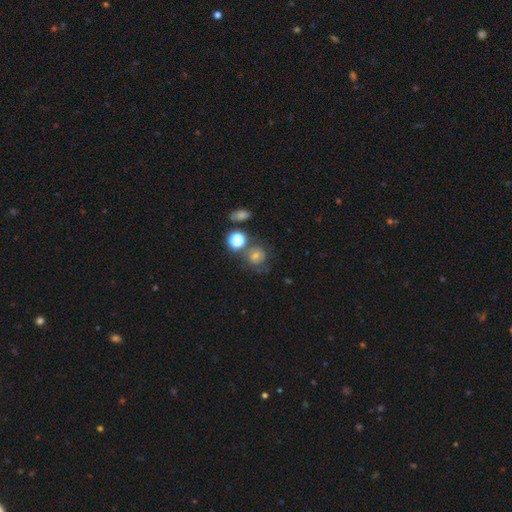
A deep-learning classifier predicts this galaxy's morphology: This appears to be a smooth galaxy with no disk features (54%) that is round (84%). Merging: none (59%).